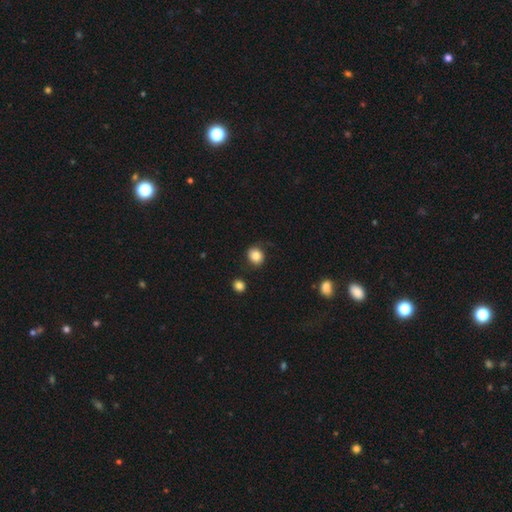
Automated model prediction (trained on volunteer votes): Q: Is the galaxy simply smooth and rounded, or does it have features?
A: smooth — 84%.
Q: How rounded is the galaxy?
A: round — 77%.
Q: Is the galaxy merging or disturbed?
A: none — 79%.